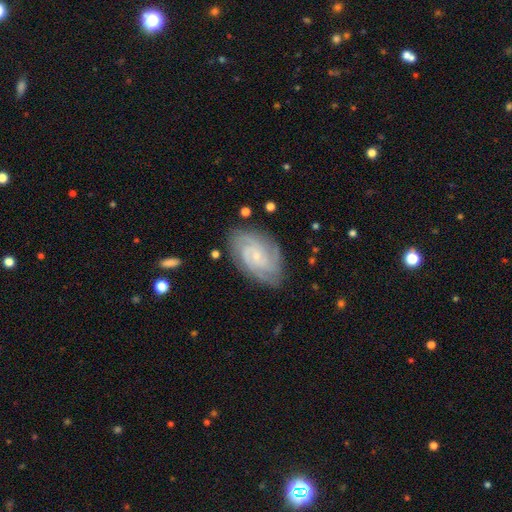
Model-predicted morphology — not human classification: The model was most divided on "spiral arm count": 3: 30%, 2: 23%, 4: 18%, can't tell: 18%, more than 4: 6%, 1: 5%. More confident: spiral arms — yes (97%); edge-on disk — no (97%); smooth or featured — featured or disk (86%); merging — none (80%); bulge size — small (80%); bar — no (69%); spiral winding — tight (68%).